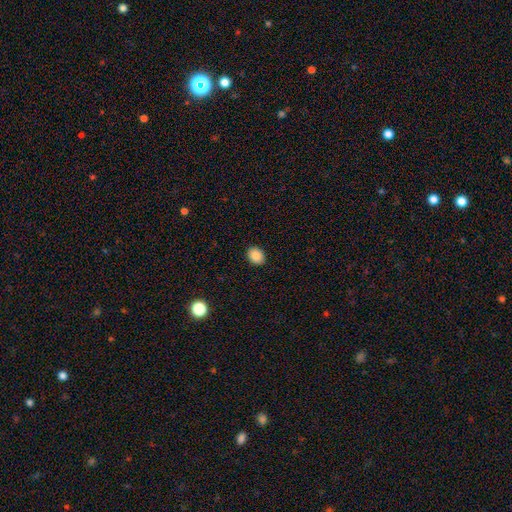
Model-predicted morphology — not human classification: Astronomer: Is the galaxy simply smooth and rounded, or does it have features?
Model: smooth — 88%.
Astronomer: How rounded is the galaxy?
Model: in between — 56% (runner-up: round, 43%).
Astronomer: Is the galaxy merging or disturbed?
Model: none — 90%.